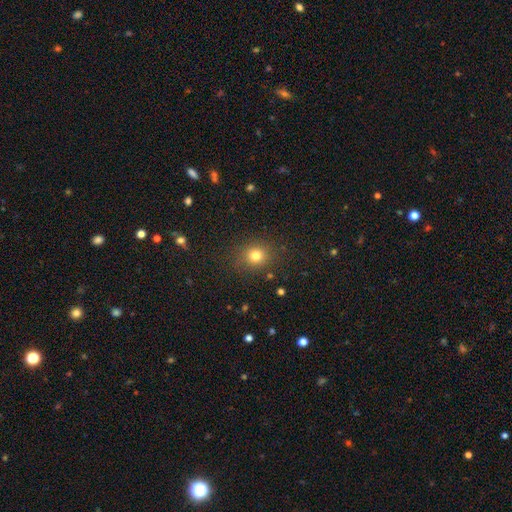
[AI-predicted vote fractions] This is likely a smooth galaxy (79%). How rounded: likely round (79%). Merging: clearly none (86%).